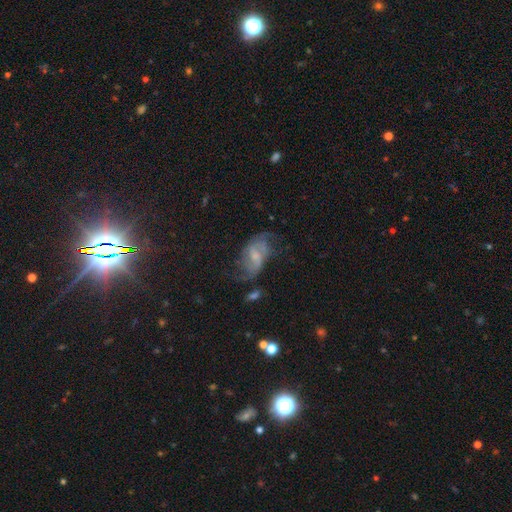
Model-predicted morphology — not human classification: smooth-or-featured: featured or disk: 68% | smooth: 22% | star or artifact: 10%
  disk-edge-on: no: 95% | yes: 5%
    bar: weak: 51% | no: 35% | strong: 14%
    has-spiral-arms: yes: 85% | no: 15%
      spiral-winding: loose: 50% | medium: 36% | tight: 14%
      spiral-arm-count: 2: 73% | can't tell: 16% | 3: 4% | 1: 4% | 4: 2% | more than 4: 2%
    bulge-size: small: 43% | moderate: 38% | none: 13% | large: 5% | dominant: 1%
  merging: none: 48% | major disturbance: 25% | minor disturbance: 23% | merger: 4%